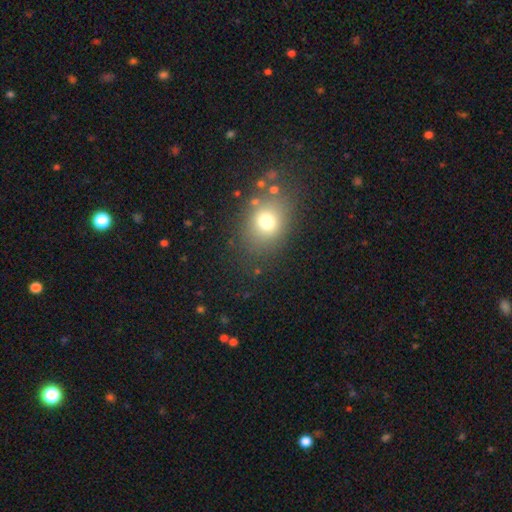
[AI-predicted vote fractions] The model was most divided on "how rounded": in between: 50%, round: 48%, cigar-shaped: 2%. More confident: merging — none (80%); smooth or featured — smooth (62%).